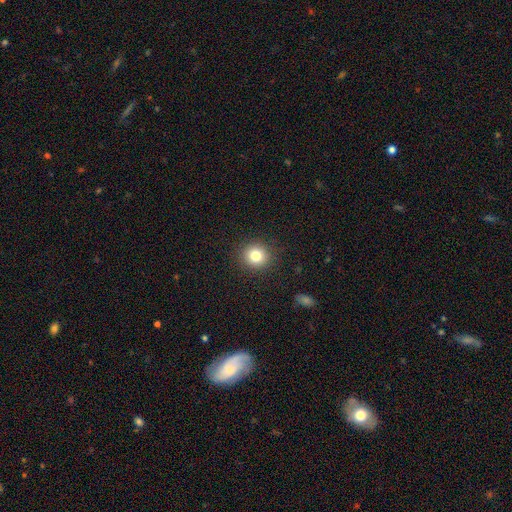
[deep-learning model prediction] Smooth or featured? Predicted: smooth (p=0.81). How rounded? Predicted: round (p=0.91). Merging? Predicted: none (p=0.90).